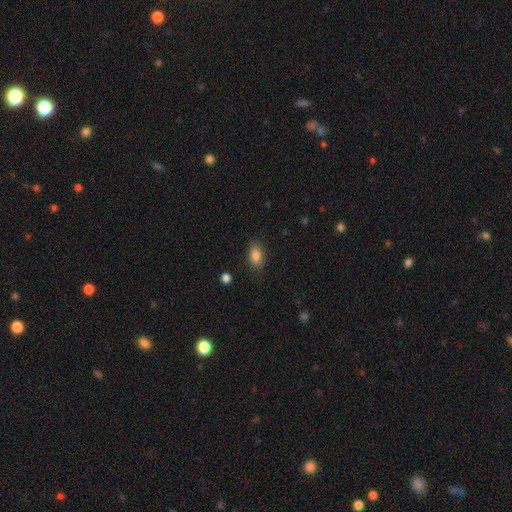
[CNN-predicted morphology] This appears to be a smooth galaxy with no disk features (86%) that is in between round and cigar-shaped (88%). Merging: none (85%).